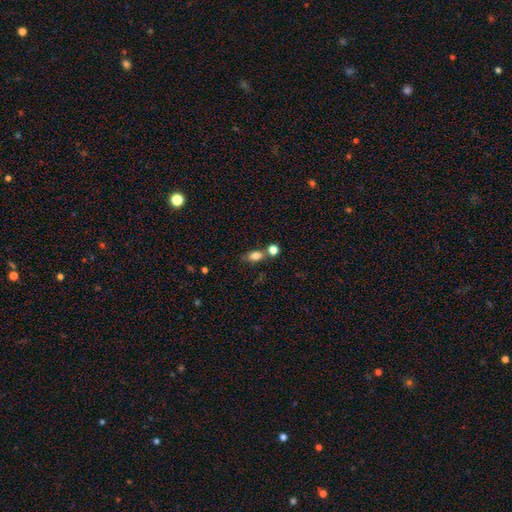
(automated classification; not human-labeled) smooth-or-featured: smooth: 79% | star or artifact: 11% | featured or disk: 10%
  how-rounded: in between: 75% | round: 20% | cigar-shaped: 5%
  merging: none: 53% | merger: 27% | minor disturbance: 15% | major disturbance: 6%